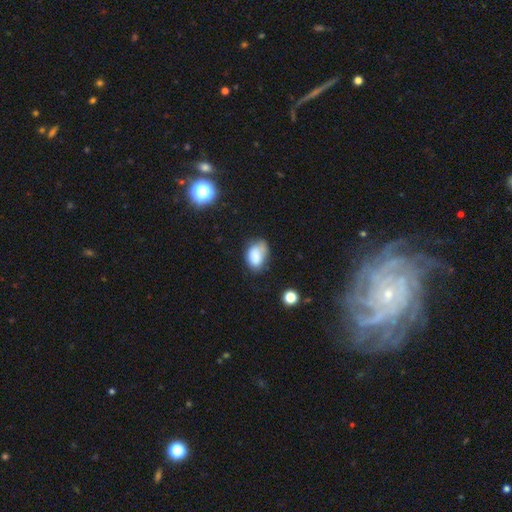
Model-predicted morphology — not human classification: smooth-or-featured: smooth: 80% | featured or disk: 10% | star or artifact: 10%
  how-rounded: in between: 83% | round: 16% | cigar-shaped: 1%
  merging: none: 47% | minor disturbance: 35% | major disturbance: 12% | merger: 6%